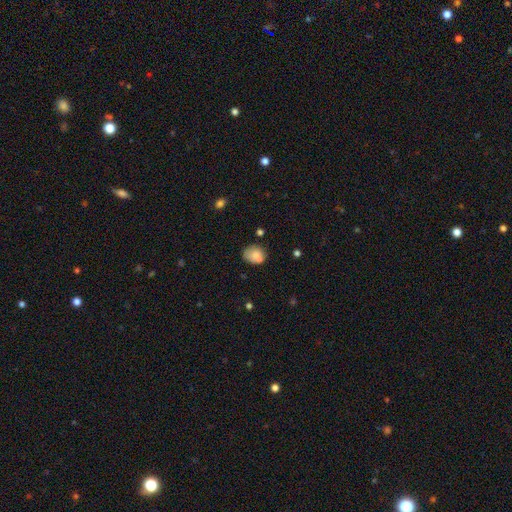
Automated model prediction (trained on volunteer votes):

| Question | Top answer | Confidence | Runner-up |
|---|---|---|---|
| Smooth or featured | smooth | 78% | featured or disk (13%) |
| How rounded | round | 54% | in between (45%) |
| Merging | none | 57% | minor disturbance (27%) |